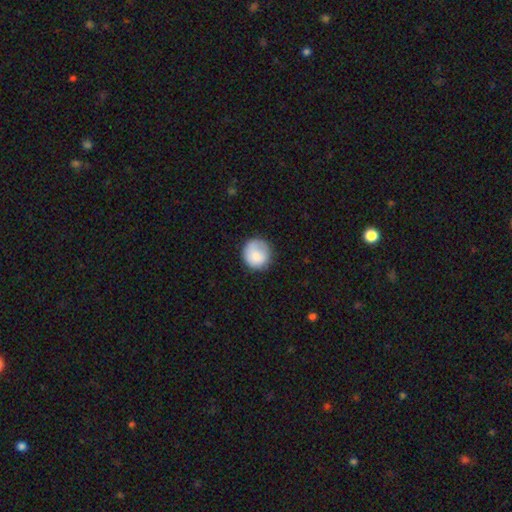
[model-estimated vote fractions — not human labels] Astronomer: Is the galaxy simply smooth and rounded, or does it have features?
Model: smooth — 83%.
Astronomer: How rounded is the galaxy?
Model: round — 91%.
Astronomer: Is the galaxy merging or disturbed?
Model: none — 75%.